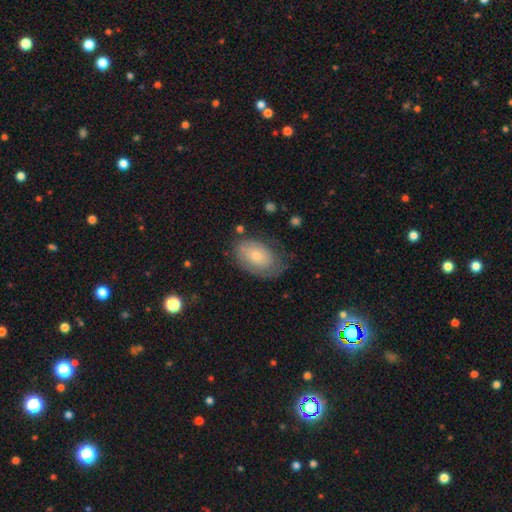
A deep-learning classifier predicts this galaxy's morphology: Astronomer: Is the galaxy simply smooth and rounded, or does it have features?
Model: smooth — 59%.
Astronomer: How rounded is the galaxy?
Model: in between — 89%.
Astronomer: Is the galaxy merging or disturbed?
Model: none — 63%.